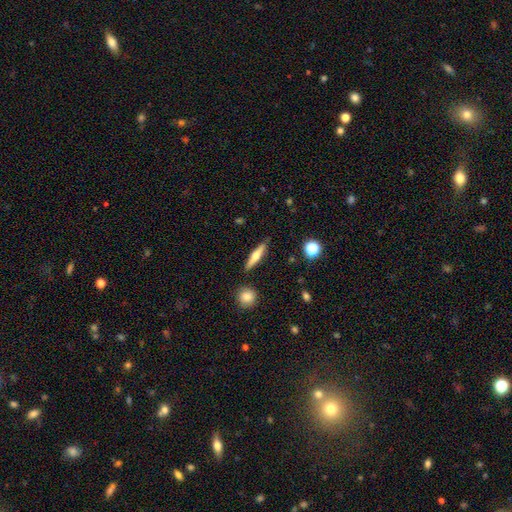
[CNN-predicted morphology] Smooth or featured: featured or disk — 50% (smooth — 43%)
Edge-on disk: yes — 94% (no — 6%)
Merging: none — 87% (minor disturbance — 9%)